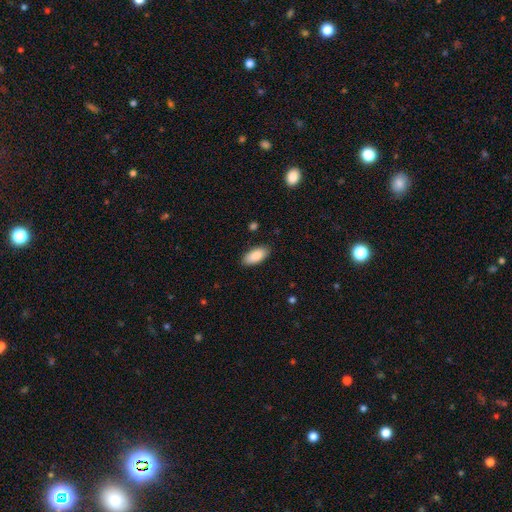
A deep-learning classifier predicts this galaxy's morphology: This appears to be a smooth galaxy with no disk features (88%) that is in between round and cigar-shaped (90%). Merging: none (87%).